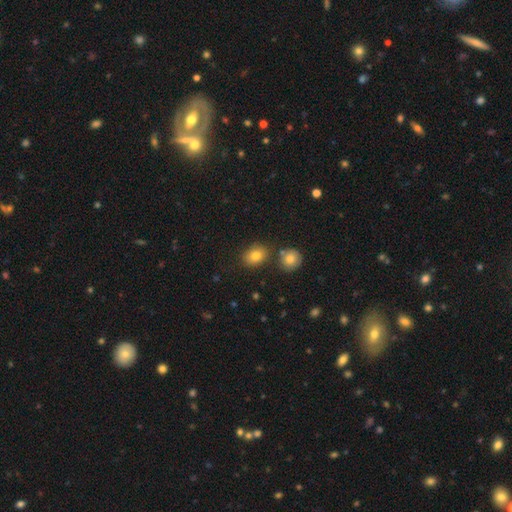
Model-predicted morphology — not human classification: Smooth or featured?
  - smooth: 81% *
  - star or artifact: 10%
  - featured or disk: 9%
How rounded?
  - in between: 60% *
  - round: 39%
  - cigar-shaped: 1%
Merging?
  - none: 74% *
  - minor disturbance: 12%
  - merger: 11%
  - major disturbance: 3%